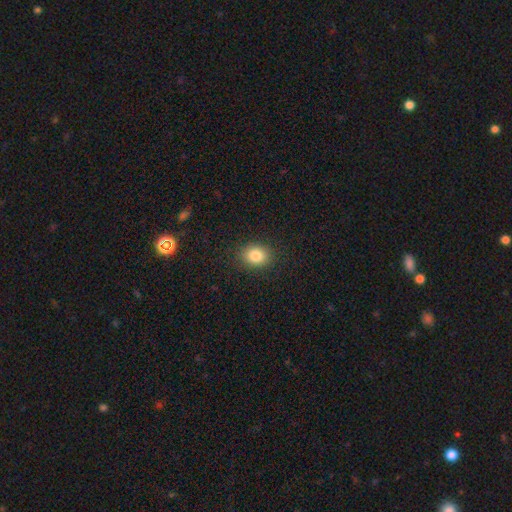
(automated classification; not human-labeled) Morphology: type=smooth (84%); roundness=in between (51%); merging=none (88%).